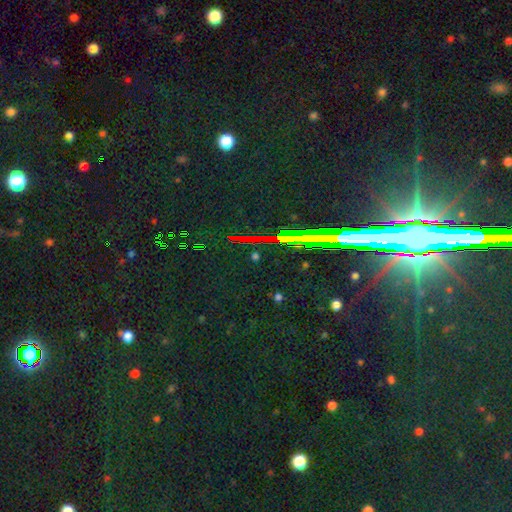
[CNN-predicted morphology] Overall: star or artifact (78%).